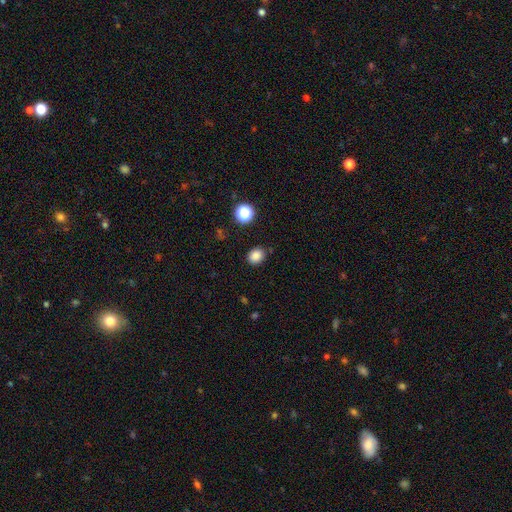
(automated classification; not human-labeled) A smooth galaxy with no disk features (84%) that is round (51%).

Vote fractions:
- Smooth or featured? smooth: 84% / star or artifact: 12% / featured or disk: 4%
- How rounded? round: 51% / in between: 48% / cigar-shaped: 1%
- Merging? none: 85% / minor disturbance: 10% / major disturbance: 3% / merger: 2%